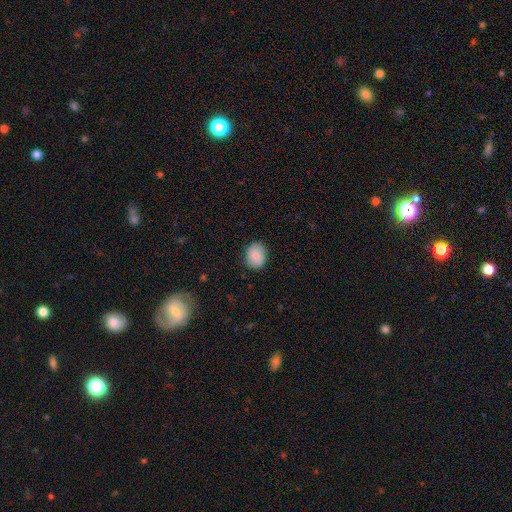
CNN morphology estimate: Smooth or featured?
  - smooth: 82% *
  - featured or disk: 11%
  - star or artifact: 7%
How rounded?
  - round: 61% *
  - in between: 38%
  - cigar-shaped: 1%
Merging?
  - none: 84% *
  - minor disturbance: 12%
  - major disturbance: 3%
  - merger: 1%